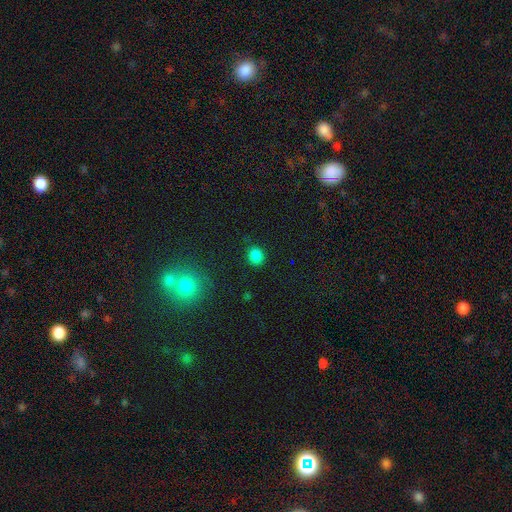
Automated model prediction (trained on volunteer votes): Smooth or featured?
  - smooth: 82% *
  - star or artifact: 14%
  - featured or disk: 3%
How rounded?
  - round: 72% *
  - in between: 27%
  - cigar-shaped: 1%
Merging?
  - none: 86% *
  - minor disturbance: 10%
  - major disturbance: 3%
  - merger: 2%